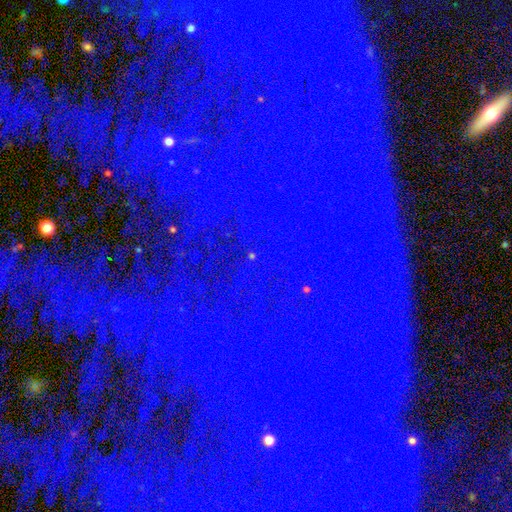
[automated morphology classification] A star or artifact, not a galaxy (85%).

Vote fractions:
- Smooth or featured? star or artifact: 85% / featured or disk: 8% / smooth: 7%